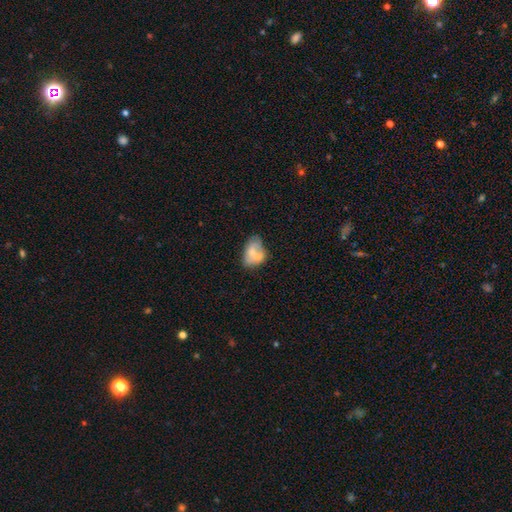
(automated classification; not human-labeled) Overall: smooth (60%; featured or disk 32%). How rounded: in between (82%). Merging: merger (41%; none 29%).